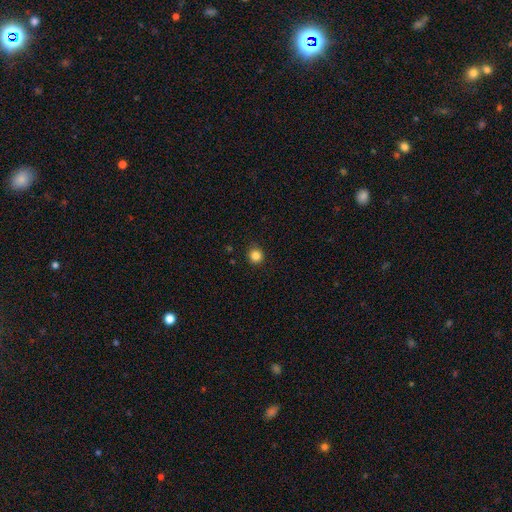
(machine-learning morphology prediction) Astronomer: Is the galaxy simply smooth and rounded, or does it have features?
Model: smooth — 85%.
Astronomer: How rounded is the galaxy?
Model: round — 92%.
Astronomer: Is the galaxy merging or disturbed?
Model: none — 91%.